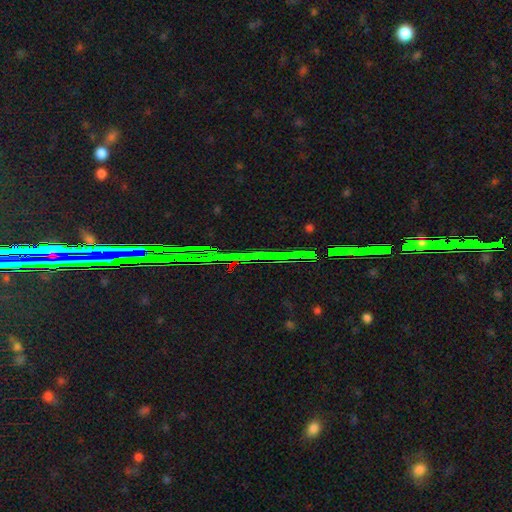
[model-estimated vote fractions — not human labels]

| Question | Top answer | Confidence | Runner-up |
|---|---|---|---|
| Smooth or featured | star or artifact | 84% | featured or disk (9%) |